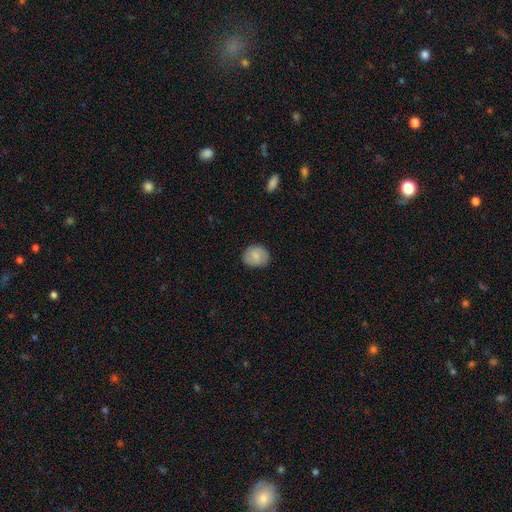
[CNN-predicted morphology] smooth 79%, featured or disk 14%, star or artifact 7%. Down the decision tree: how rounded — round (59%); merging — none (86%).